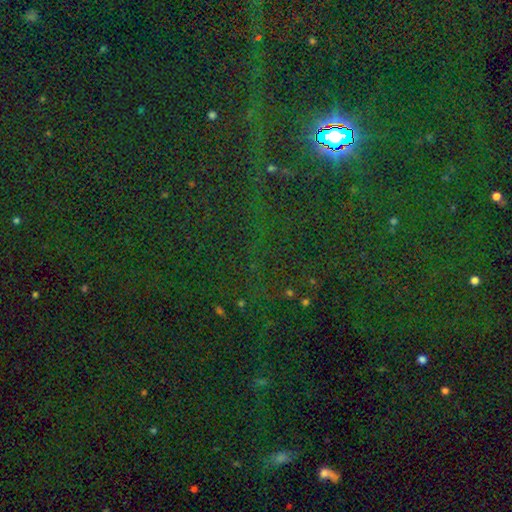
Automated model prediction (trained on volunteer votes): Overall: star or artifact (85%).